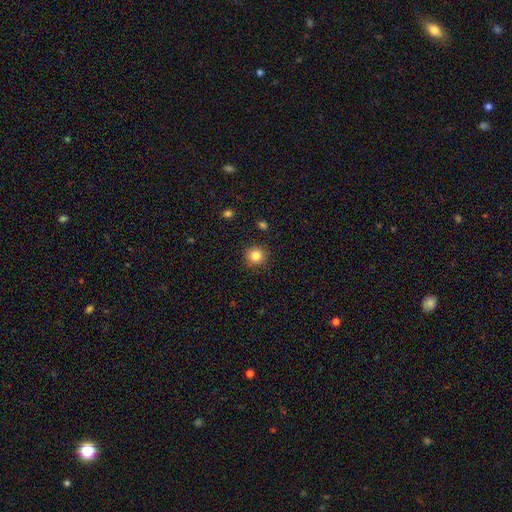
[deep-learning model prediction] A smooth galaxy with no disk features (83%) that is round (93%). Merging: none (90%).